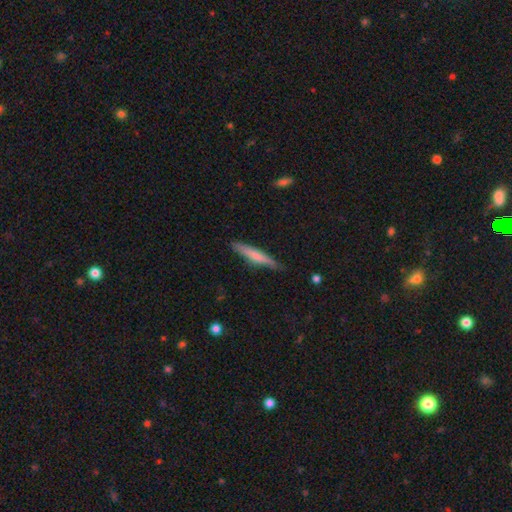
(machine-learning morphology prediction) This appears to be a smooth galaxy with no disk features (64%) that is cigar-shaped (92%). Merging: none (80%).